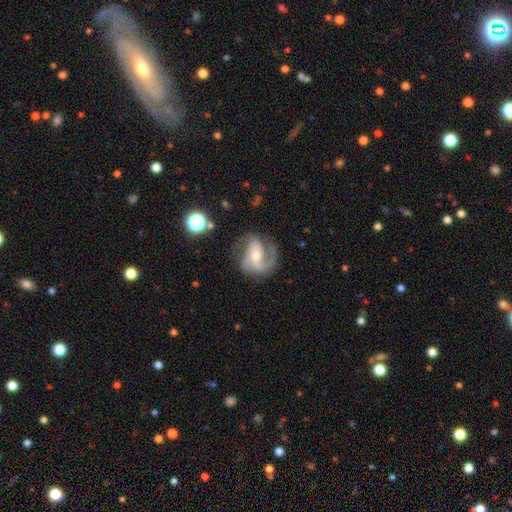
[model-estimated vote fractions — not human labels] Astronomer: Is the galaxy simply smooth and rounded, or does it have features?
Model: featured or disk — 84%.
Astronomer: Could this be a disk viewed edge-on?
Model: no — 97%.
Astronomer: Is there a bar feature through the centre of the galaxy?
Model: weak — 40% (runner-up: no, 39%).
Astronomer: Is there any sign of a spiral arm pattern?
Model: yes — 95%.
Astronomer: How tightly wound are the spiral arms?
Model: medium — 52%.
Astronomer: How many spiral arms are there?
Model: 2 — 56%.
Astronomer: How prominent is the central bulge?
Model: moderate — 55% (runner-up: small, 39%).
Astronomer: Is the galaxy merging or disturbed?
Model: none — 61%.